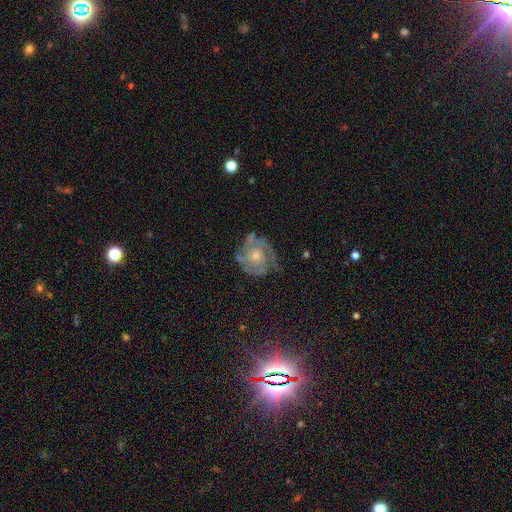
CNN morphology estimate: featured or disk 78%, star or artifact 11%, smooth 11%. Down the decision tree: edge-on disk — no (97%); bar — no (78%); spiral arms — yes (93%); spiral arm count — 3 (30%); spiral winding — tight (63%); bulge size — small (49%); merging — none (72%).